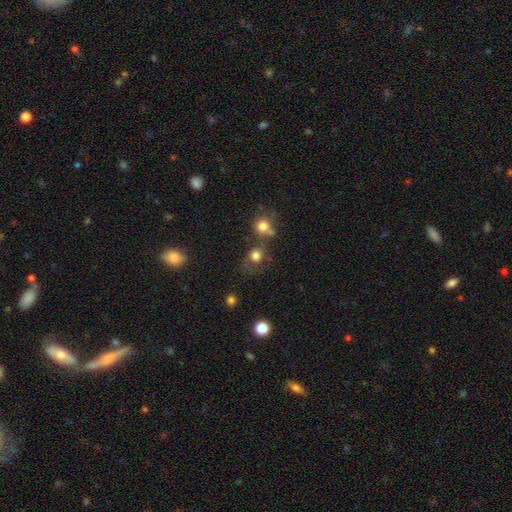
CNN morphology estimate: Q: Smooth or featured?
A: smooth (74%); runner-up: featured or disk (14%)
Q: How rounded?
A: round (74%); runner-up: in between (25%)
Q: Merging?
A: none (47%); runner-up: merger (22%)